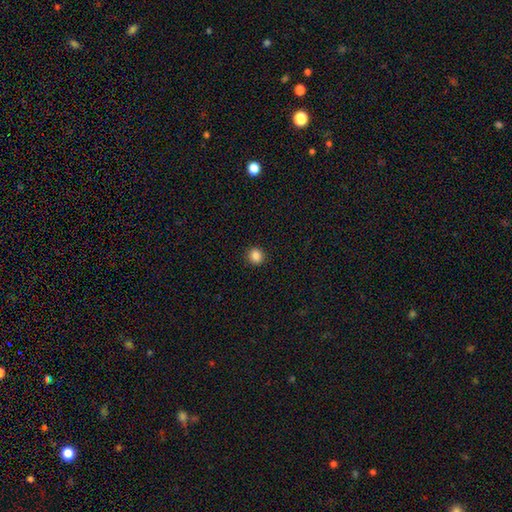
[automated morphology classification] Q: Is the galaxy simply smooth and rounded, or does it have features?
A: smooth — 85%.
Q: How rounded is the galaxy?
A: round — 89%.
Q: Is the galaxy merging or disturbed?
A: none — 92%.